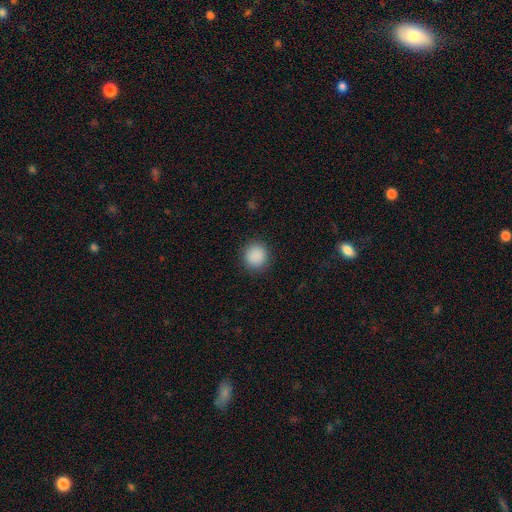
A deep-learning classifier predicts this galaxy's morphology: Smooth or featured: smooth — 89% (star or artifact — 8%)
How rounded: round — 90% (in between — 9%)
Merging: none — 90% (minor disturbance — 7%)